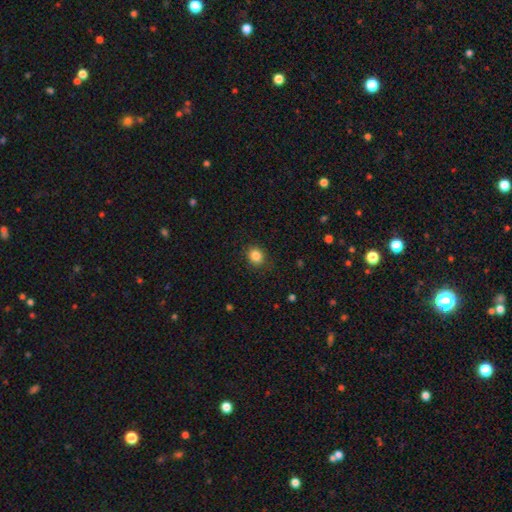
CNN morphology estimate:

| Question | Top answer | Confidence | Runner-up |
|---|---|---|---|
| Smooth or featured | smooth | 85% | star or artifact (11%) |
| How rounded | round | 74% | in between (25%) |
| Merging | none | 86% | minor disturbance (10%) |